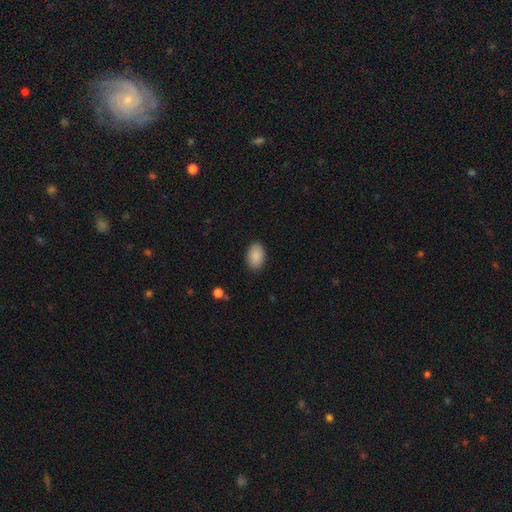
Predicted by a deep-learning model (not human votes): Smooth or featured? smooth (89%)
How rounded? in between (88%)
Merging? none (88%)